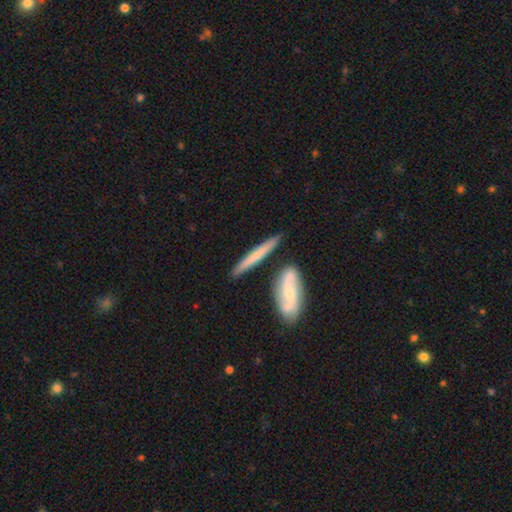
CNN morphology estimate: The model was most divided on "smooth or featured": smooth: 50%, featured or disk: 45%, star or artifact: 5%. More confident: how rounded — cigar-shaped (92%); merging — none (80%).